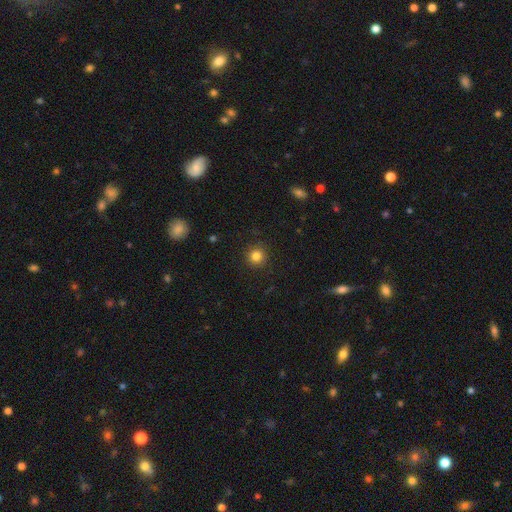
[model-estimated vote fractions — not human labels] Morphology: type=smooth (83%); roundness=round (93%); merging=none (90%).